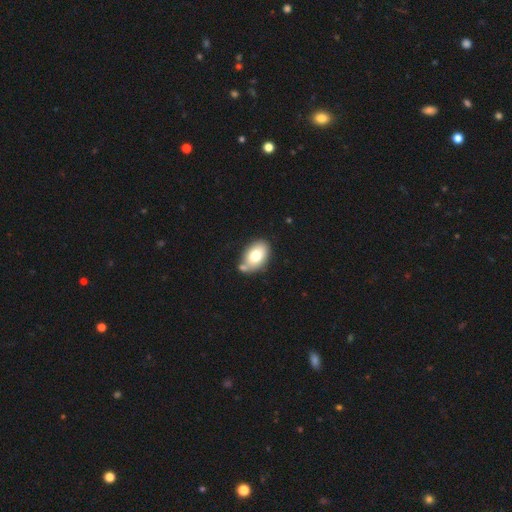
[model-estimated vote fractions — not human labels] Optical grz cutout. It shows a smooth galaxy with no disk features (74%) that is in between round and cigar-shaped (86%). Merging: none (62%).